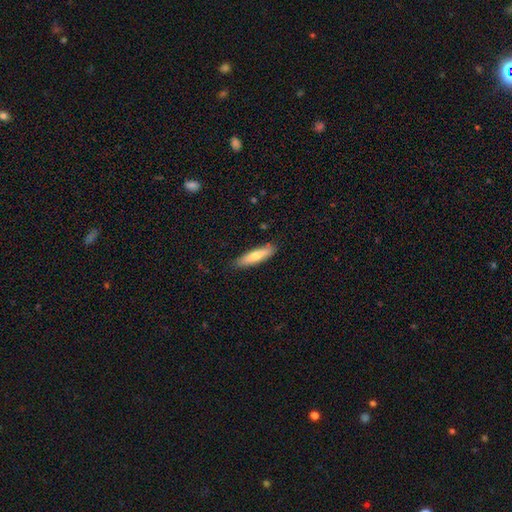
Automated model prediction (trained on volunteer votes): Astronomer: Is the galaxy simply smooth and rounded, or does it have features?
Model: smooth — 70%.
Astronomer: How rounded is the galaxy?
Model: cigar-shaped — 72%.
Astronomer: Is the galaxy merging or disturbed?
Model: none — 86%.